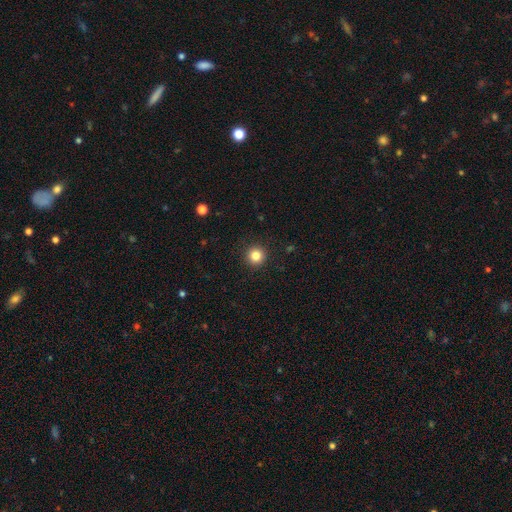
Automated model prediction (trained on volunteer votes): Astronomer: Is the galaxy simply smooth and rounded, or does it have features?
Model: smooth — 84%.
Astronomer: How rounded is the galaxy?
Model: round — 96%.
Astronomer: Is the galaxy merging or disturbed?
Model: none — 93%.